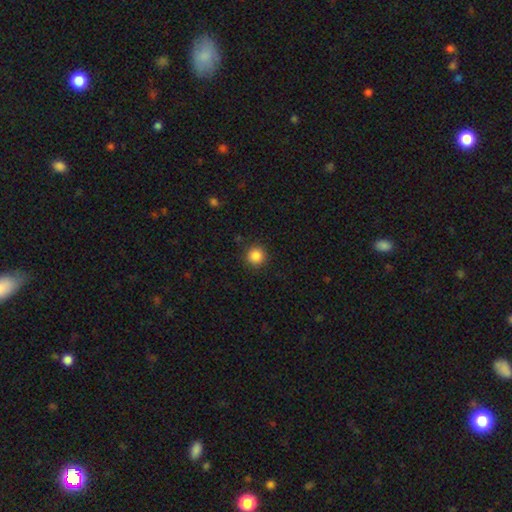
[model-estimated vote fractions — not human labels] Smooth or featured? Predicted: smooth (p=0.86). How rounded? Predicted: round (p=0.95). Merging? Predicted: none (p=0.90).